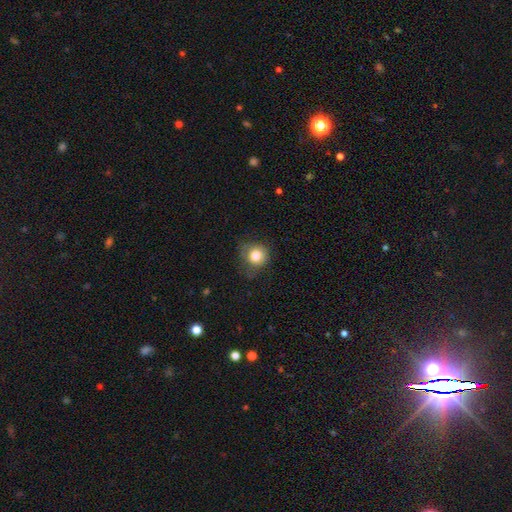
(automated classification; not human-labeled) This appears to be a smooth galaxy with no disk features (80%) that is round (87%). Merging: none (65%).